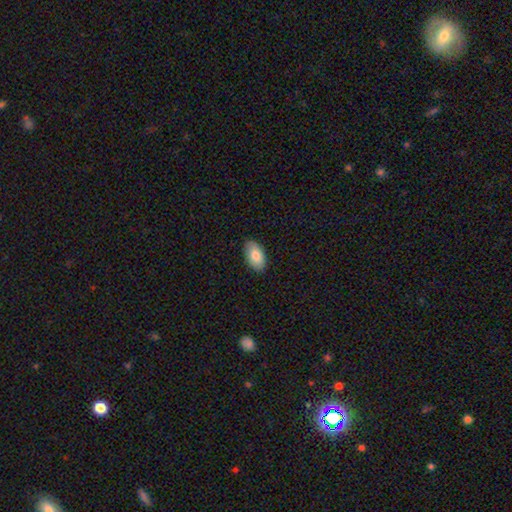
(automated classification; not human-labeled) Smooth or featured?
  - smooth: 81% *
  - featured or disk: 13%
  - star or artifact: 6%
How rounded?
  - in between: 95% *
  - round: 3%
  - cigar-shaped: 2%
Merging?
  - none: 87% *
  - minor disturbance: 10%
  - major disturbance: 2%
  - merger: 1%